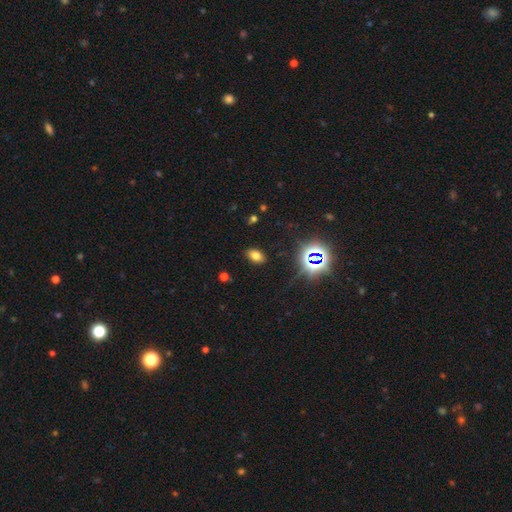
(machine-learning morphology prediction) Smooth or featured?
  - smooth: 68% *
  - star or artifact: 23%
  - featured or disk: 9%
How rounded?
  - in between: 88% *
  - round: 10%
  - cigar-shaped: 2%
Merging?
  - none: 87% *
  - minor disturbance: 9%
  - major disturbance: 3%
  - merger: 1%